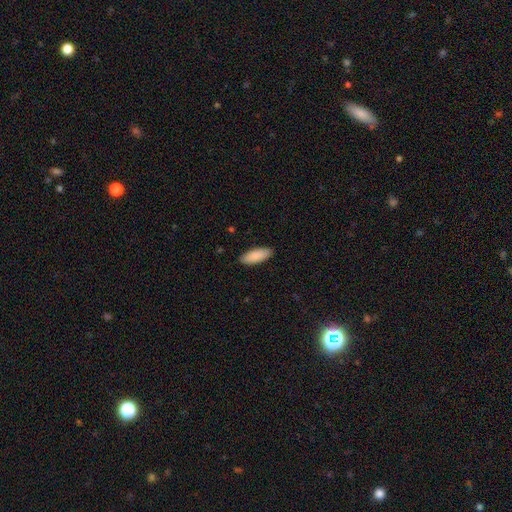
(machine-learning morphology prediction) A smooth galaxy with no disk features (90%) that is in between round and cigar-shaped (75%). Merging: none (88%).